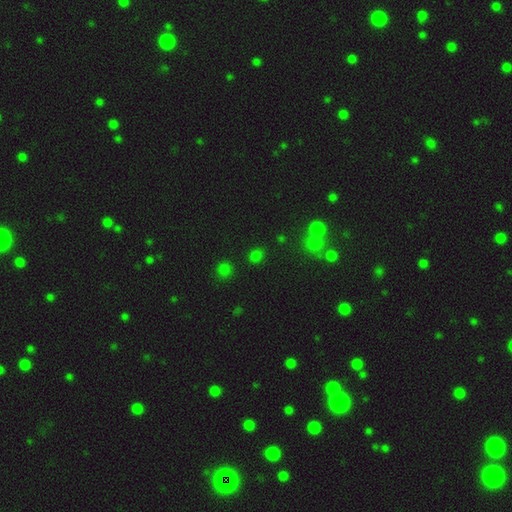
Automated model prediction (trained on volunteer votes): smooth_or_featured: smooth (p=0.69) [alt: star or artifact p=0.26]
how_rounded: round (p=0.70) [alt: in between p=0.29]
merging: none (p=0.80) [alt: minor disturbance p=0.10]